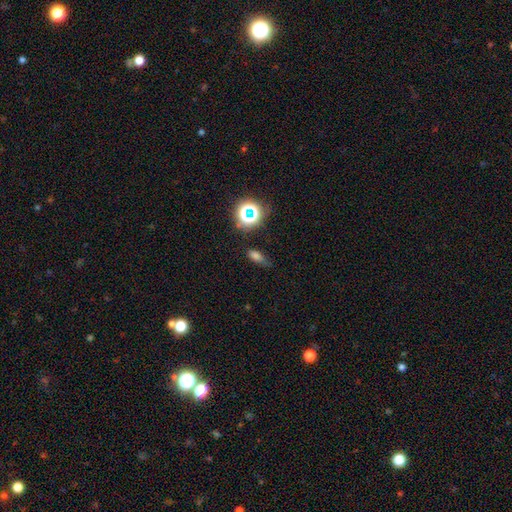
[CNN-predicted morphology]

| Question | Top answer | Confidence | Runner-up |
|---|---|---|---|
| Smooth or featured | smooth | 69% | star or artifact (22%) |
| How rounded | in between | 71% | cigar-shaped (18%) |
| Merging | none | 62% | minor disturbance (27%) |